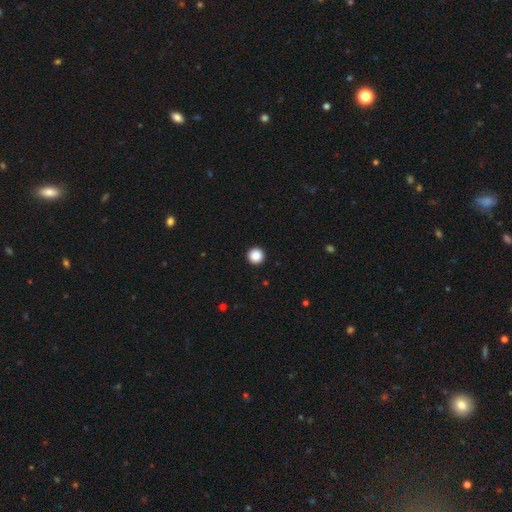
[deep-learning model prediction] A smooth galaxy with no disk features (88%) that is round (97%). Merging: none (94%).